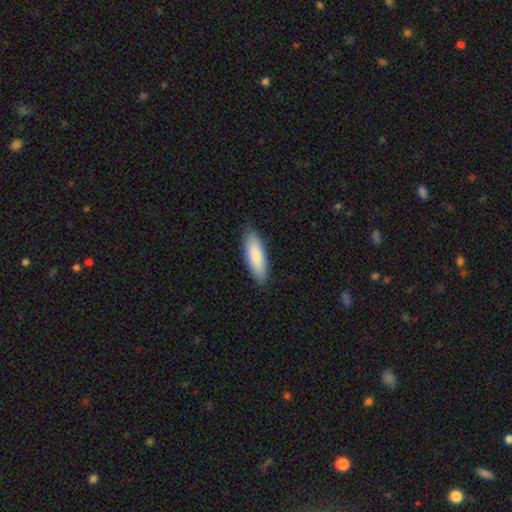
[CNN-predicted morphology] smooth-or-featured: smooth: 86% | featured or disk: 9% | star or artifact: 5%
  how-rounded: in between: 54% | cigar-shaped: 45% | round: 1%
  merging: none: 88% | minor disturbance: 10% | major disturbance: 2% | merger: 1%